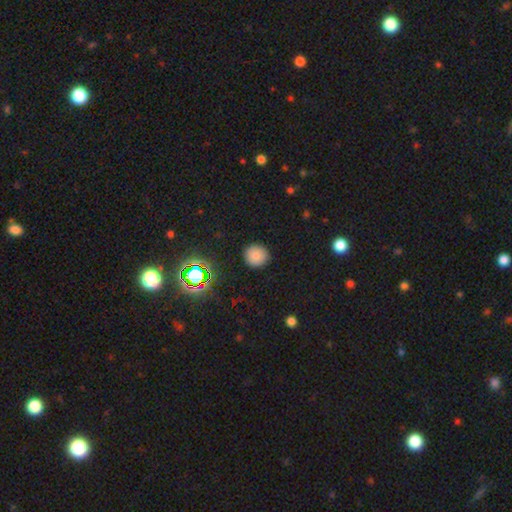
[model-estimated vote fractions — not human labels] smooth_or_featured: smooth (p=0.79) [alt: star or artifact p=0.15]
how_rounded: round (p=0.91) [alt: in between p=0.08]
merging: none (p=0.90) [alt: minor disturbance p=0.07]